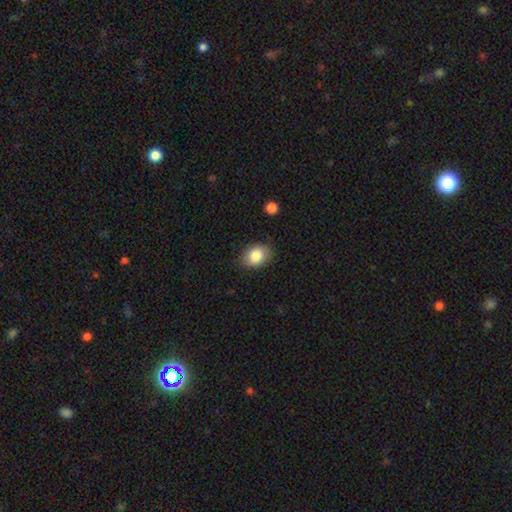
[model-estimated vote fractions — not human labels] Smooth or featured? smooth (83%)
How rounded? in between (65%)
Merging? none (83%)